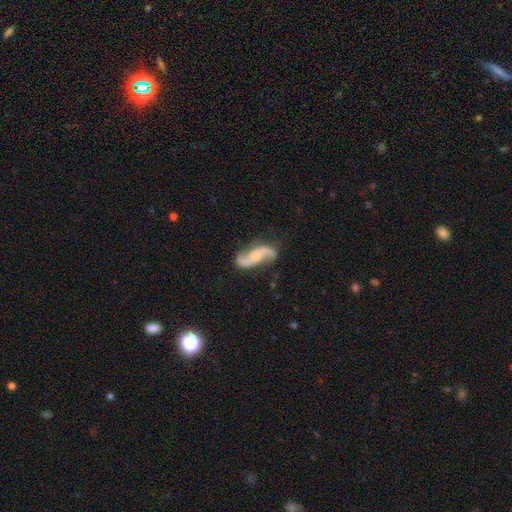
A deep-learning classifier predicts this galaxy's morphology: Smooth or featured?
  - featured or disk: 83% *
  - smooth: 12%
  - star or artifact: 5%
Edge-on disk?
  - no: 93% *
  - yes: 7%
Bar?
  - no: 53% *
  - weak: 31%
  - strong: 16%
Spiral arms?
  - yes: 95% *
  - no: 5%
Spiral winding?
  - loose: 70% *
  - medium: 22%
  - tight: 7%
Spiral arm count?
  - 2: 93% *
  - can't tell: 3%
  - 1: 2%
  - 3: 1%
  - 4: 1%
  - more than 4: 1%
Bulge size?
  - small: 49% *
  - moderate: 40%
  - none: 6%
  - large: 3%
  - dominant: 1%
Merging?
  - none: 74% *
  - minor disturbance: 17%
  - major disturbance: 7%
  - merger: 2%